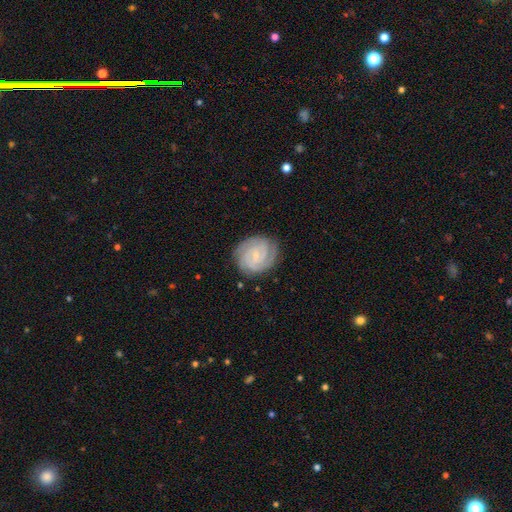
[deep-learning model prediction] Overall: featured or disk (87%). Edge-on disk: no (98%). Bar: weak (45%; no 44%). Spiral arms: yes (98%). Spiral arm count: 2 (43%; 3 26%). Spiral winding: tight (79%). Bulge size: small (79%). Merging: none (84%).